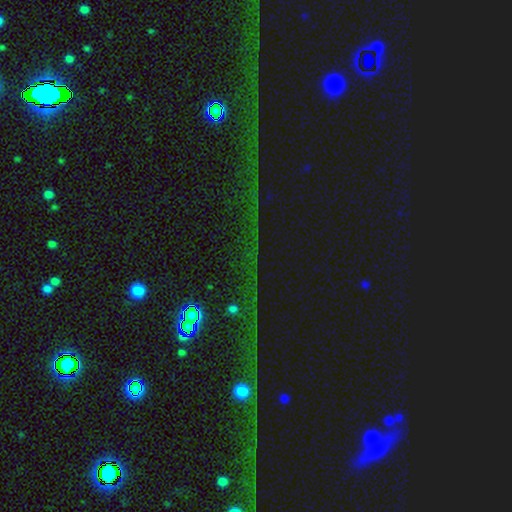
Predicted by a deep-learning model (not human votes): Morphology: type=star or artifact (81%).